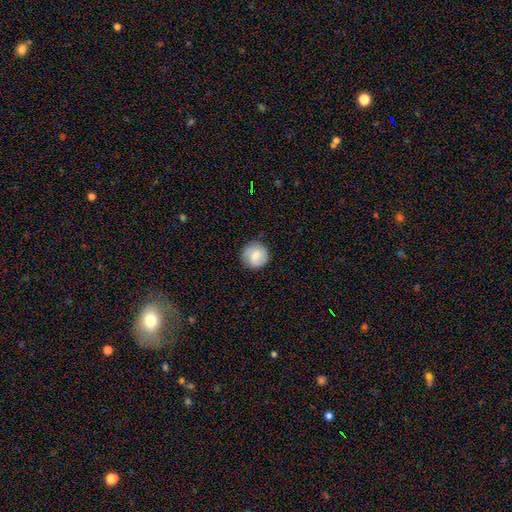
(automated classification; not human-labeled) smooth-or-featured: smooth: 65% | featured or disk: 27% | star or artifact: 7%
  how-rounded: round: 92% | in between: 7% | cigar-shaped: 1%
  merging: none: 83% | minor disturbance: 12% | major disturbance: 3% | merger: 1%